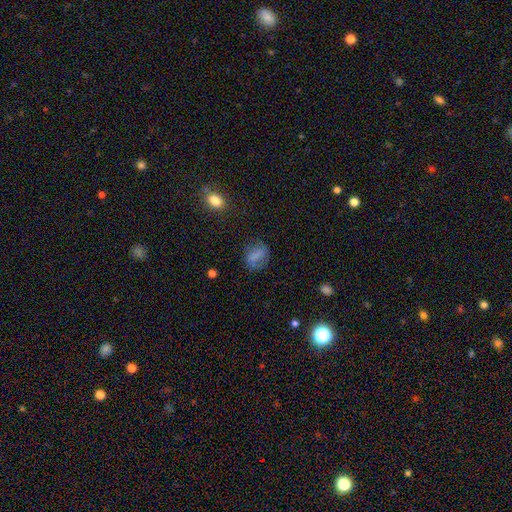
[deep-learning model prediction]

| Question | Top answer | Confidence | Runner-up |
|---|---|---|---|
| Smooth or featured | smooth | 70% | featured or disk (17%) |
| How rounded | in between | 61% | round (34%) |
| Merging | none | 71% | minor disturbance (18%) |